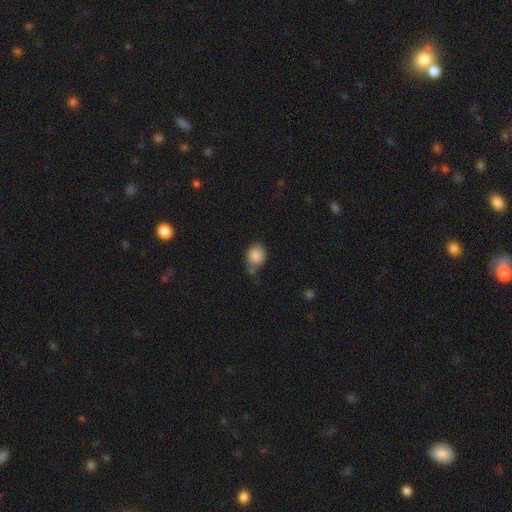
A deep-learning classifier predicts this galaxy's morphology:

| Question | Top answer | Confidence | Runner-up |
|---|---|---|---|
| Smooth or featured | smooth | 86% | star or artifact (8%) |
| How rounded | round | 57% | in between (42%) |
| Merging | none | 48% | minor disturbance (29%) |